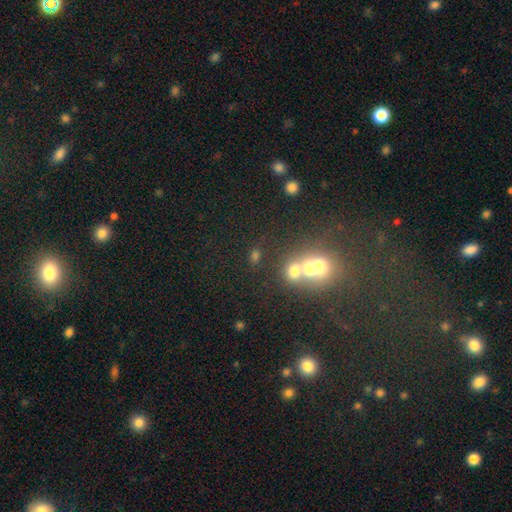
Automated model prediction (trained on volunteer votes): This appears to be a smooth galaxy with no disk features (53%) that is round (70%). Merging: merger (46%).